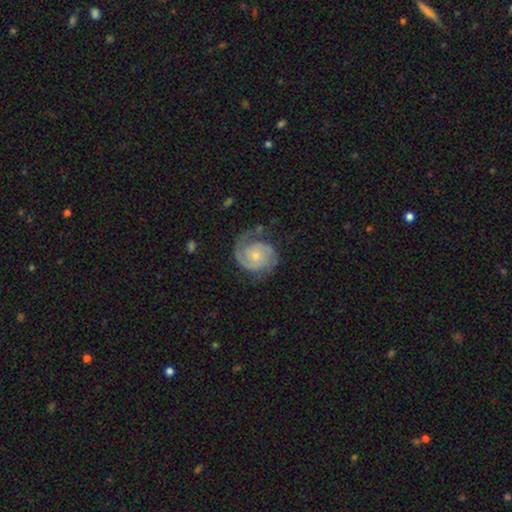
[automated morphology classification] Q: Smooth or featured?
A: featured or disk (84%); runner-up: smooth (11%)
Q: Edge-on disk?
A: no (98%); runner-up: yes (2%)
Q: Bar?
A: no (73%); runner-up: weak (23%)
Q: Spiral arms?
A: yes (96%); runner-up: no (4%)
Q: Spiral winding?
A: tight (52%); runner-up: medium (36%)
Q: Spiral arm count?
A: 2 (66%); runner-up: 1 (20%)
Q: Bulge size?
A: small (60%); runner-up: moderate (34%)
Q: Merging?
A: none (63%); runner-up: minor disturbance (21%)